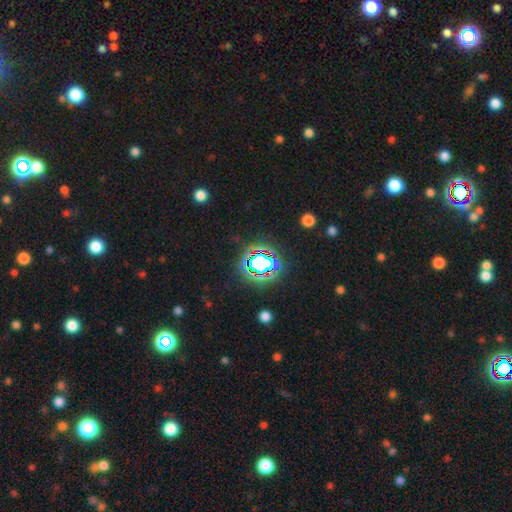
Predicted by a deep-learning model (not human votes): This appears to be a star or artifact, not a galaxy (73%).